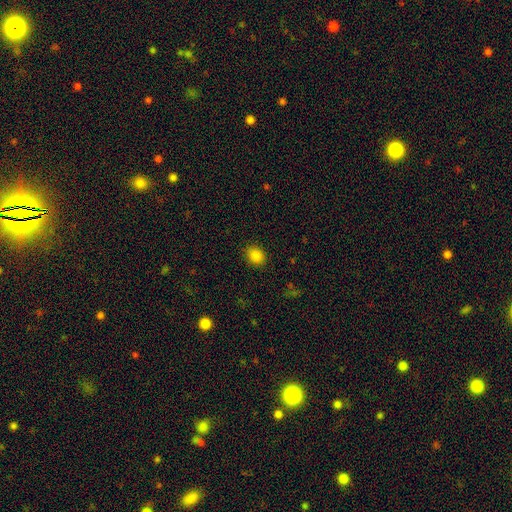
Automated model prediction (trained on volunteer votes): The model was most divided on "how rounded": in between: 52%, round: 47%, cigar-shaped: 1%. More confident: merging — none (88%); smooth or featured — smooth (85%).